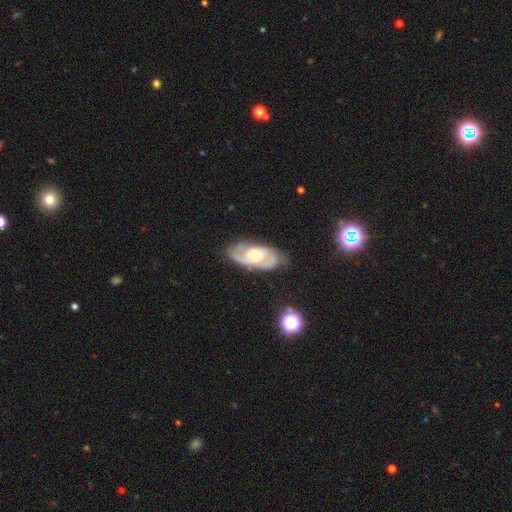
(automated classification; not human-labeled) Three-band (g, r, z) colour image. It shows a featured or disk galaxy (82%) with no bar (57%), 2 (70%) tight (45%) spiral arms (94%) and a small central bulge (47%, tied with moderate). Merging: none (74%).